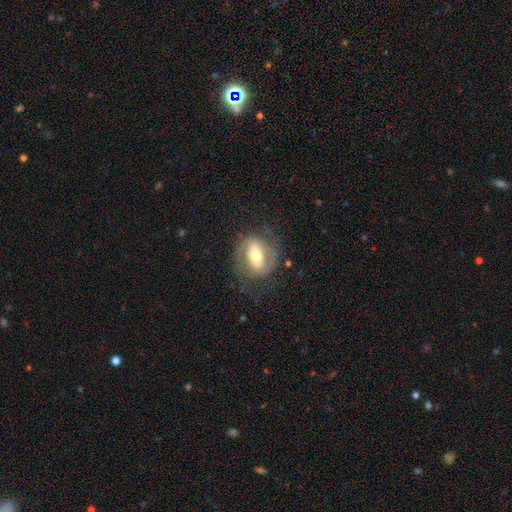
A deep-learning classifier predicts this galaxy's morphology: Smooth or featured? Predicted: featured or disk (p=0.70). Edge-on disk? Predicted: no (p=0.94). Bar? Predicted: strong (p=0.43). Spiral arms? Predicted: yes (p=0.71). Bulge size? Predicted: moderate (p=0.66). Merging? Predicted: none (p=0.68).